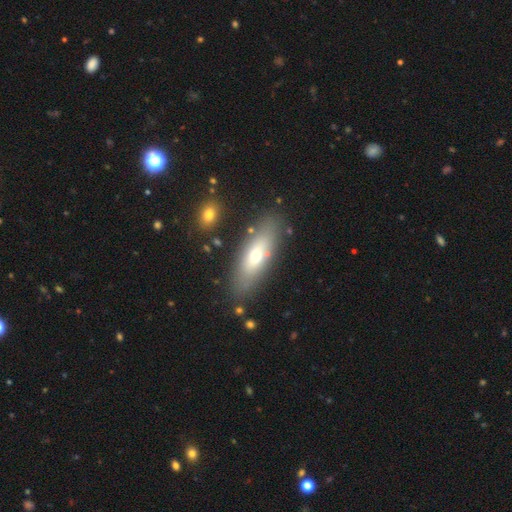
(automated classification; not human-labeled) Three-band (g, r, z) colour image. It shows a smooth galaxy with no disk features (57%) that is in between round and cigar-shaped (57%). Merging: none (82%).